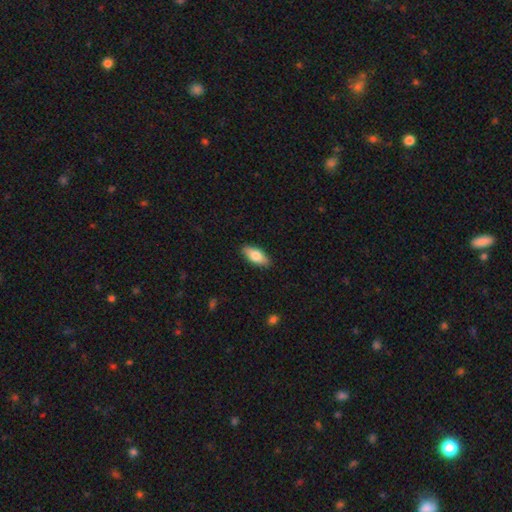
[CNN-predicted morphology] The model was most divided on "smooth or featured": smooth: 76%, featured or disk: 18%, star or artifact: 6%. More confident: merging — none (89%); how rounded — in between (82%).